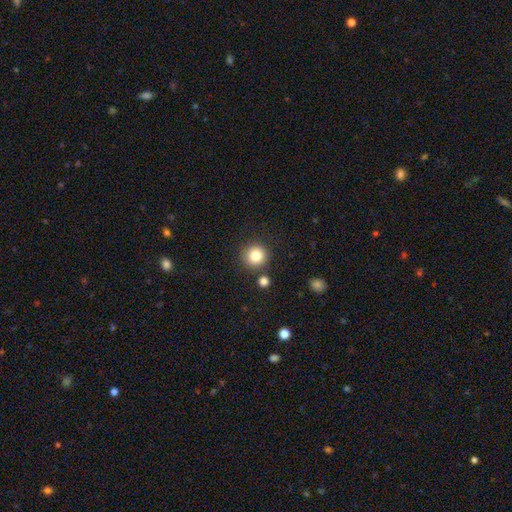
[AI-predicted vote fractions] A smooth galaxy with no disk features (83%) that is round (94%).

Vote fractions:
- Smooth or featured? smooth: 83% / star or artifact: 11% / featured or disk: 6%
- How rounded? round: 94% / in between: 6% / cigar-shaped: 1%
- Merging? none: 85% / minor disturbance: 7% / merger: 6% / major disturbance: 3%